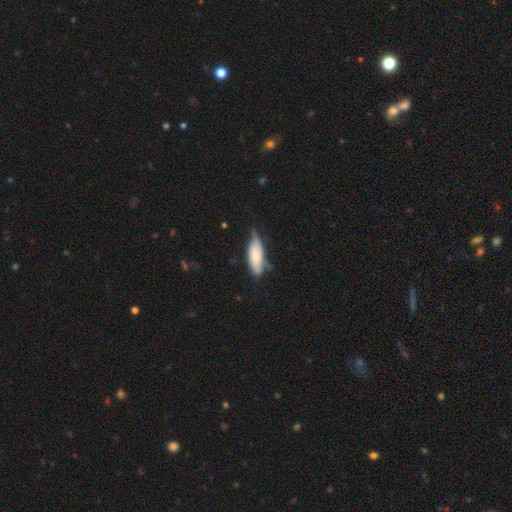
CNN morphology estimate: Smooth or featured? smooth (78%)
How rounded? in between (64%)
Merging? none (49%)